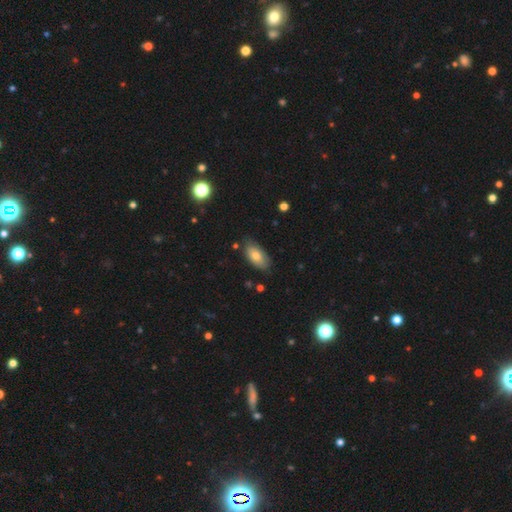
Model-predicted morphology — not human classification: smooth-or-featured: smooth: 77% | featured or disk: 16% | star or artifact: 7%
  how-rounded: in between: 92% | cigar-shaped: 5% | round: 3%
  merging: none: 76% | minor disturbance: 19% | major disturbance: 3% | merger: 2%